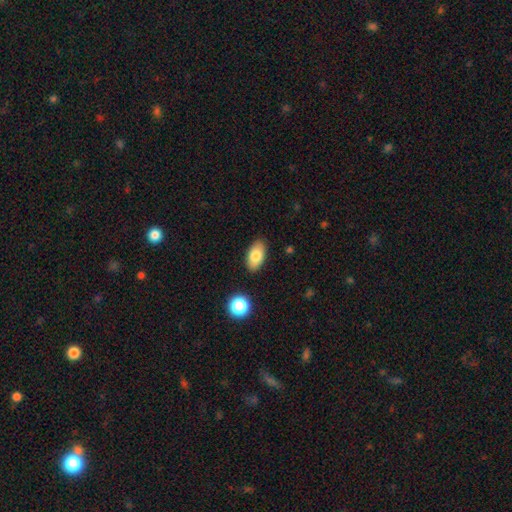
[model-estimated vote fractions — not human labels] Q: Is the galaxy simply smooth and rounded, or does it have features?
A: smooth — 81%.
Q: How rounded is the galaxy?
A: in between — 93%.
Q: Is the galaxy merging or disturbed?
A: none — 86%.